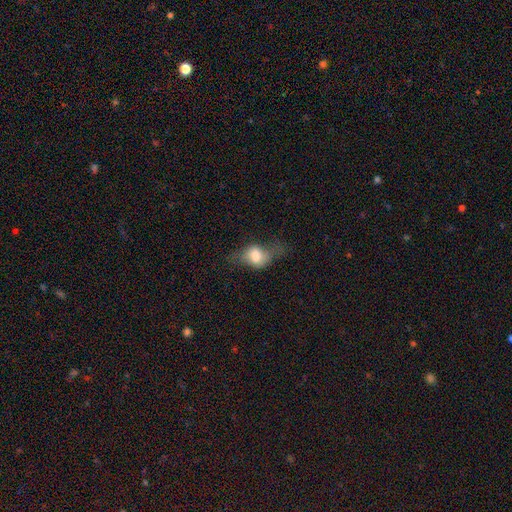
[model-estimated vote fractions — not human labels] Overall: smooth (56%; featured or disk 35%). How rounded: in between (68%). Merging: none (49%; minor disturbance 27%).